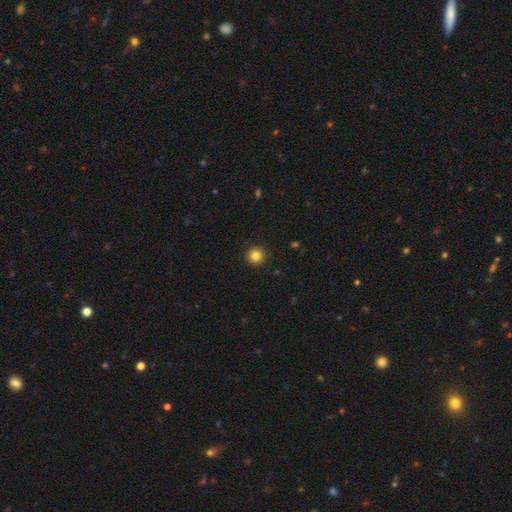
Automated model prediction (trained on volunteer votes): Smooth or featured?
  - smooth: 83% *
  - star or artifact: 12%
  - featured or disk: 5%
How rounded?
  - round: 96% *
  - in between: 3%
  - cigar-shaped: 1%
Merging?
  - none: 93% *
  - minor disturbance: 4%
  - major disturbance: 2%
  - merger: 1%